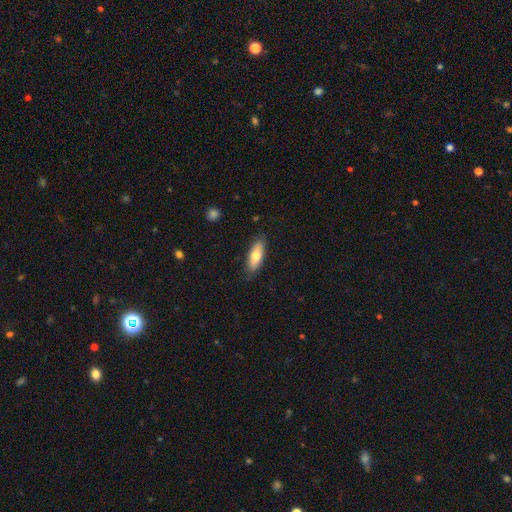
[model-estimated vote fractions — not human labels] This appears to be a smooth galaxy with no disk features (73%) that is in between round and cigar-shaped (68%). Merging: none (84%).